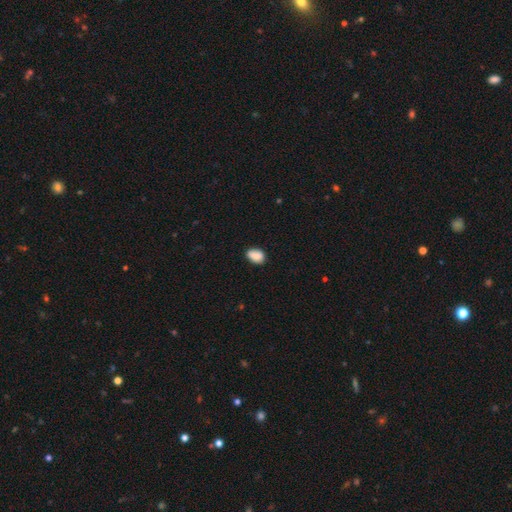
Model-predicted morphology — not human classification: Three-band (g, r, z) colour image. It shows a smooth galaxy with no disk features (88%) that is in between round and cigar-shaped (85%). Merging: none (78%).